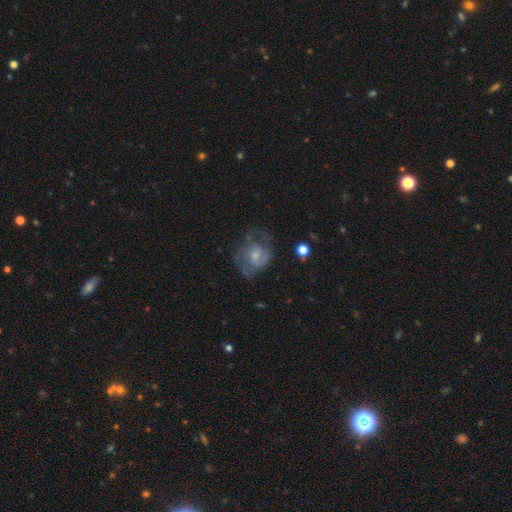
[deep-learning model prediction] featured or disk 71%, smooth 22%, star or artifact 7%. Down the decision tree: edge-on disk — no (98%); bar — no (66%); spiral arms — yes (85%); spiral arm count — 2 (48%); spiral winding — medium (47%); bulge size — small (51%); merging — none (51%).